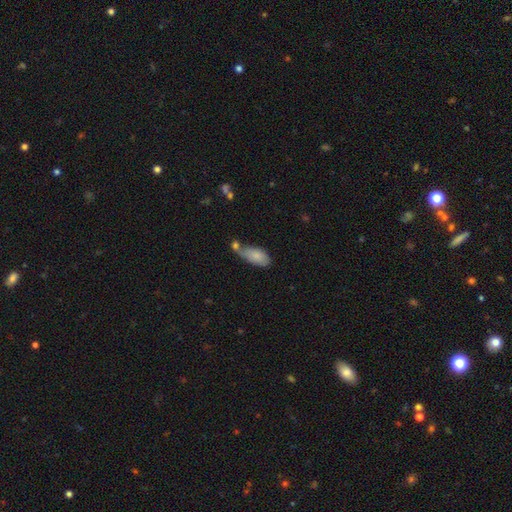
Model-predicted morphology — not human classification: Overall: smooth (80%). How rounded: in between (91%). Merging: merger (36%; none 32%).